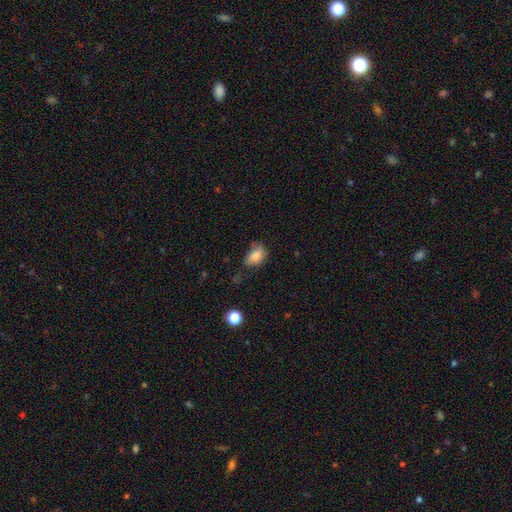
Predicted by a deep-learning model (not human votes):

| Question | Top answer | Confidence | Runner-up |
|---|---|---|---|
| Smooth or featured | smooth | 81% | featured or disk (10%) |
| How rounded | in between | 85% | round (13%) |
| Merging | none | 46% | minor disturbance (36%) |